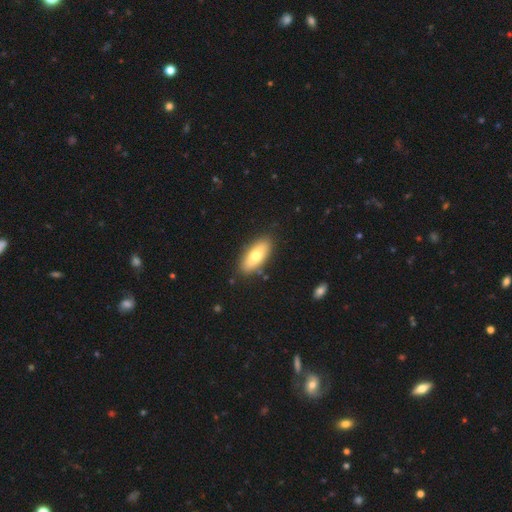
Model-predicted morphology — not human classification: Smooth or featured? smooth (69%)
How rounded? in between (84%)
Merging? none (86%)